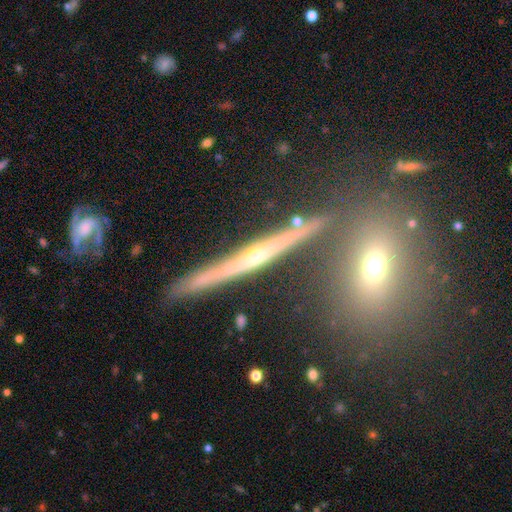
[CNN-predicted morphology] type=featured or disk (77%); edge-on=yes (96%); edge-on bulge=rounded (61%); merging=none (82%).